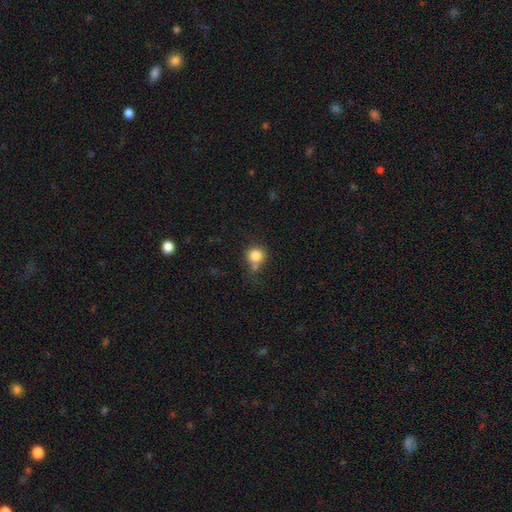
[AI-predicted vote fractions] Overall: smooth (82%). How rounded: round (89%). Merging: none (60%).